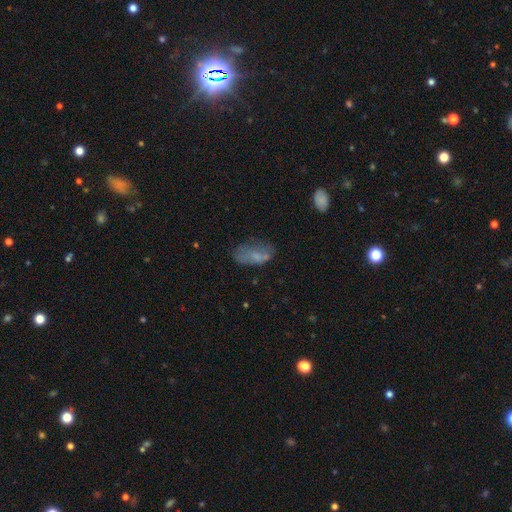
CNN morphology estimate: A smooth galaxy with no disk features (61%) that is in between round and cigar-shaped (89%). Merging: none (46%).